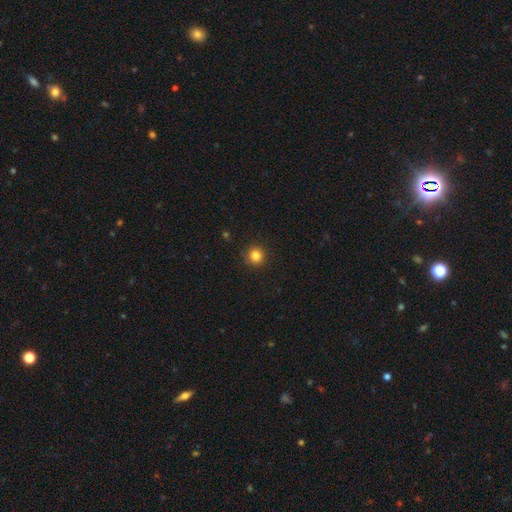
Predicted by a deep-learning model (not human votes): smooth_or_featured: smooth (p=0.83) [alt: star or artifact p=0.12]
how_rounded: round (p=0.95) [alt: in between p=0.04]
merging: none (p=0.91) [alt: minor disturbance p=0.06]